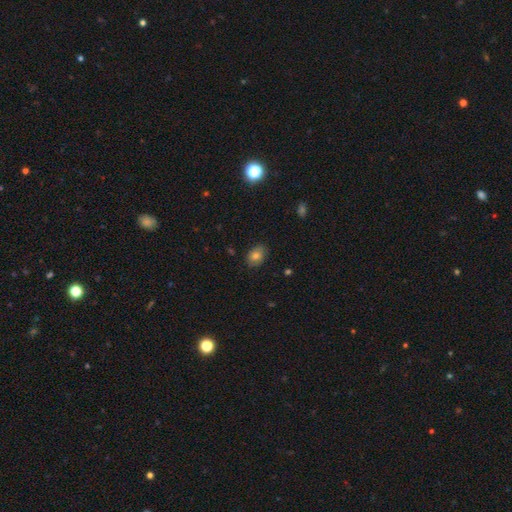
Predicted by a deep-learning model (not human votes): Overall: smooth (78%). How rounded: in between (73%). Merging: none (83%).